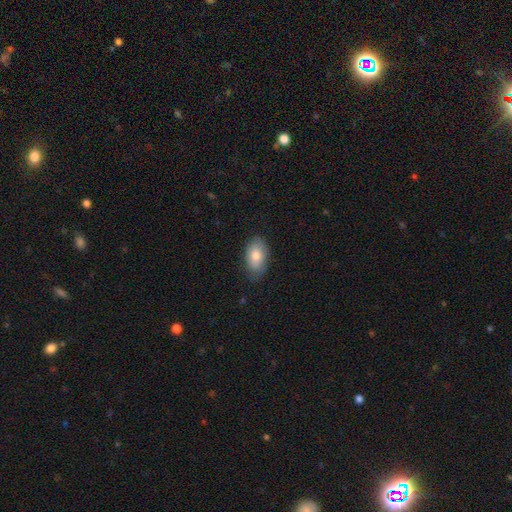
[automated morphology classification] Smooth or featured? Predicted: smooth (p=0.81). How rounded? Predicted: in between (p=0.92). Merging? Predicted: none (p=0.79).